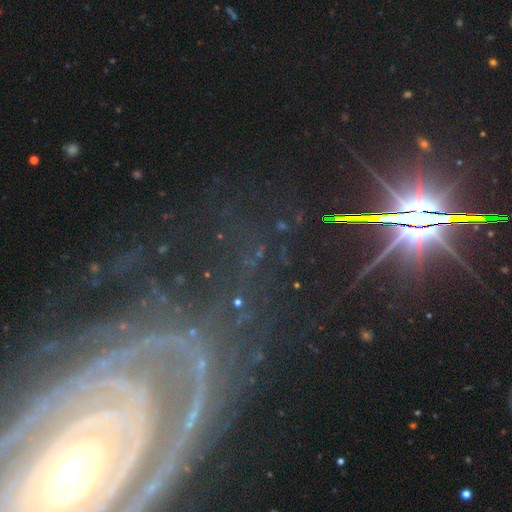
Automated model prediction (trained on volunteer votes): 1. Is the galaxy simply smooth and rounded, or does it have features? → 48% star or artifact, 40% featured or disk, 13% smooth.